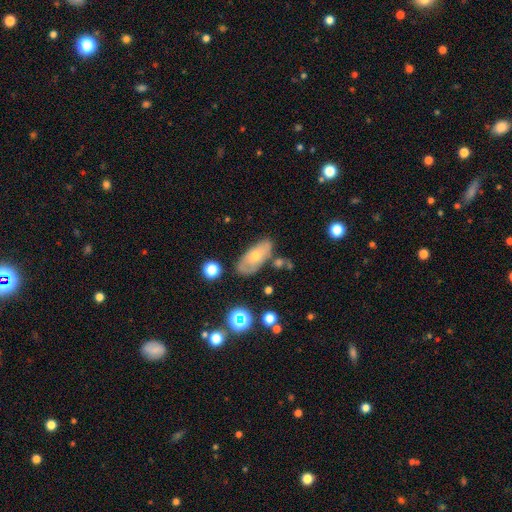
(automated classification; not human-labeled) Overall: smooth (50%; featured or disk 40%). Merging: none (72%).